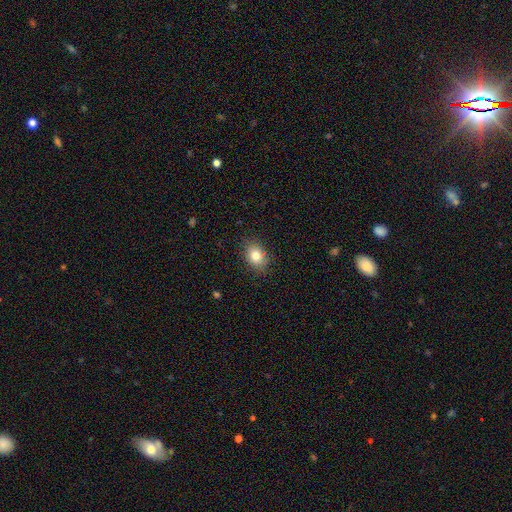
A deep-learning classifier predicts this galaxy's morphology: This is clearly a smooth galaxy (81%). How rounded: likely in between (63%). Merging: clearly none (85%).